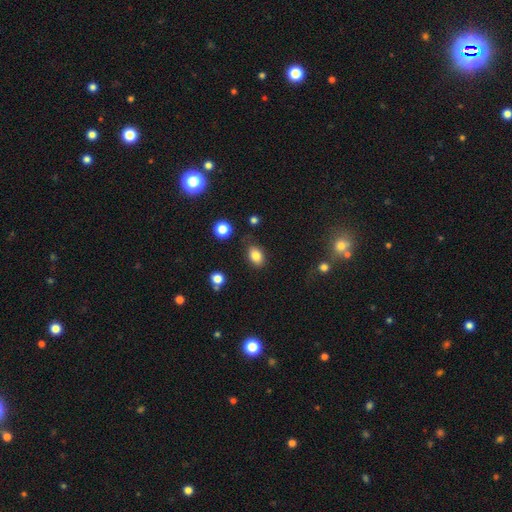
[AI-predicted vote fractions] Overall: smooth (83%). How rounded: in between (81%). Merging: none (79%).